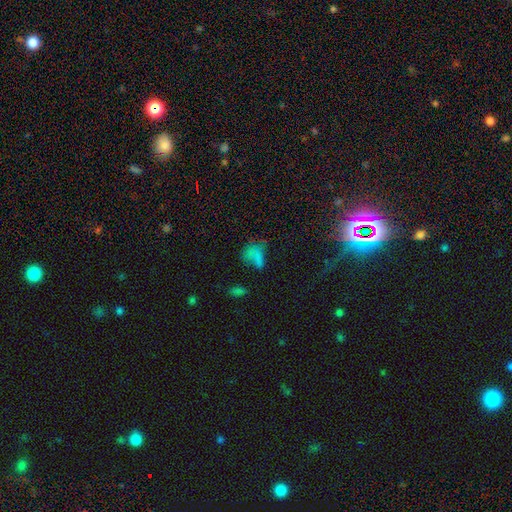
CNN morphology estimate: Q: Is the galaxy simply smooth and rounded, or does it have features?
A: smooth — 63%.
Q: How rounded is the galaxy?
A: in between — 75%.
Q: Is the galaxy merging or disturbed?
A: none — 34%.